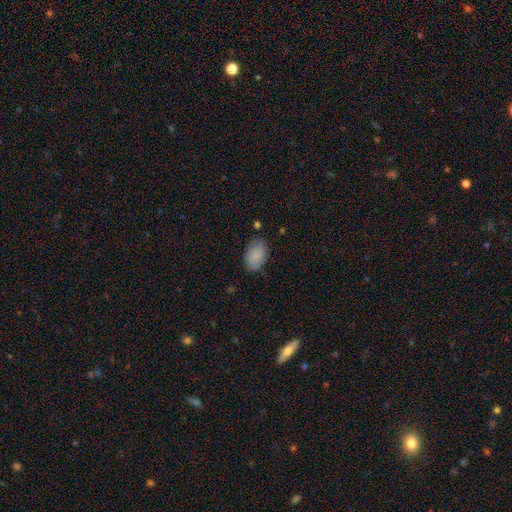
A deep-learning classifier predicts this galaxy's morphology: smooth-or-featured: smooth: 86% | featured or disk: 7% | star or artifact: 7%
  how-rounded: in between: 89% | round: 9% | cigar-shaped: 1%
  merging: none: 79% | minor disturbance: 16% | major disturbance: 3% | merger: 2%